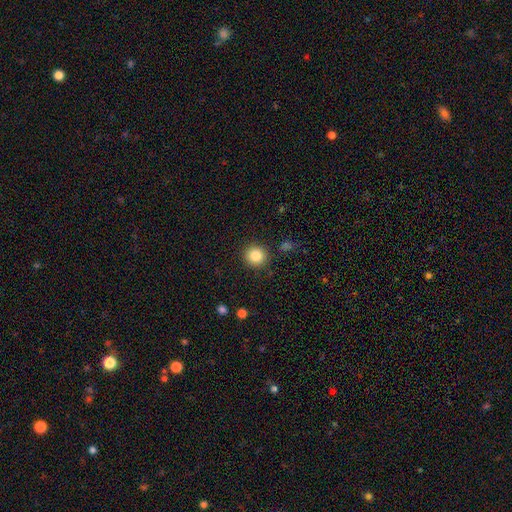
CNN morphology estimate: Smooth or featured: smooth — 84% (star or artifact — 10%)
How rounded: round — 92% (in between — 7%)
Merging: none — 90% (minor disturbance — 6%)